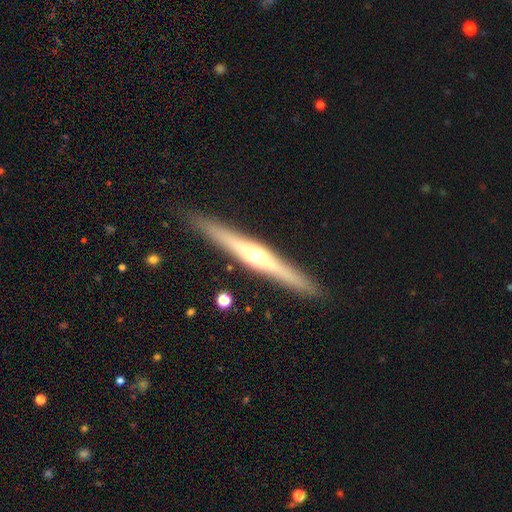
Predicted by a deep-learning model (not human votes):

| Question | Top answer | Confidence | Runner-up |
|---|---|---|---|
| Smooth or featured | featured or disk | 74% | smooth (21%) |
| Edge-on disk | yes | 97% | no (3%) |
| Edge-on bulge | rounded | 86% | none (7%) |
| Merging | none | 90% | minor disturbance (7%) |